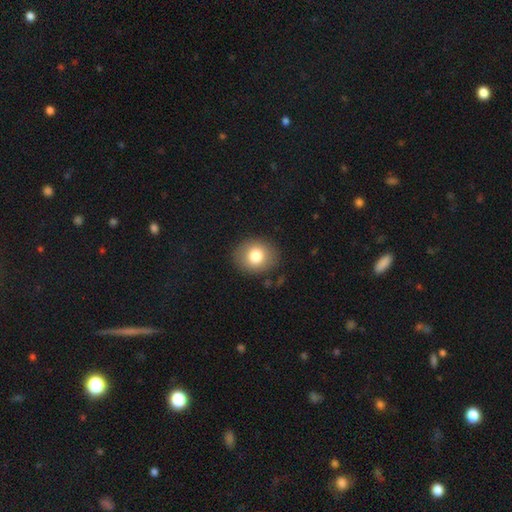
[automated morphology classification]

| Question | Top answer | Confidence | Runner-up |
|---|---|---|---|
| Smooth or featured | smooth | 80% | featured or disk (11%) |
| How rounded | round | 69% | in between (30%) |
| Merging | none | 87% | minor disturbance (9%) |